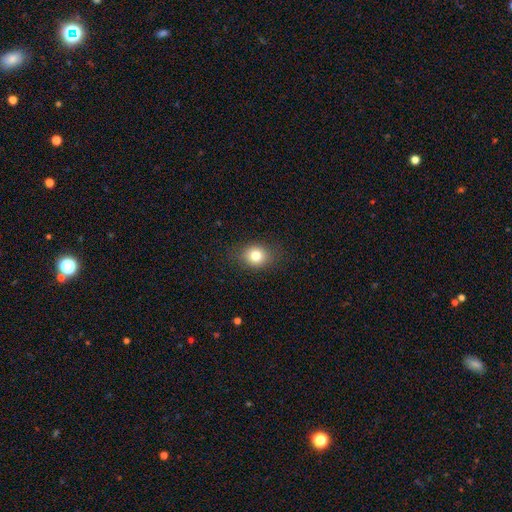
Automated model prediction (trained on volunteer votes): A smooth galaxy with no disk features (81%) that is round (63%). Merging: none (83%).